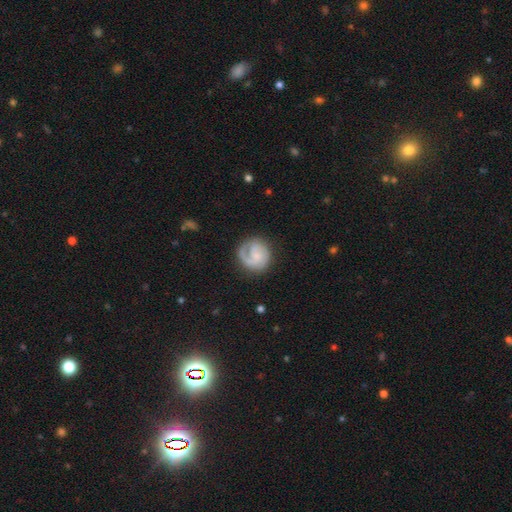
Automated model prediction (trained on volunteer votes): smooth_or_featured: featured or disk (p=0.67) [alt: smooth p=0.27]
disk_edge_on: no (p=0.98) [alt: yes p=0.02]
bar: no (p=0.65) [alt: weak p=0.30]
has_spiral_arms: yes (p=0.91) [alt: no p=0.09]
spiral_winding: tight (p=0.47) [alt: medium p=0.36]
spiral_arm_count: 1 (p=0.57) [alt: 2 p=0.28]
bulge_size: small (p=0.46) [alt: none p=0.31]
merging: none (p=0.67) [alt: minor disturbance p=0.18]